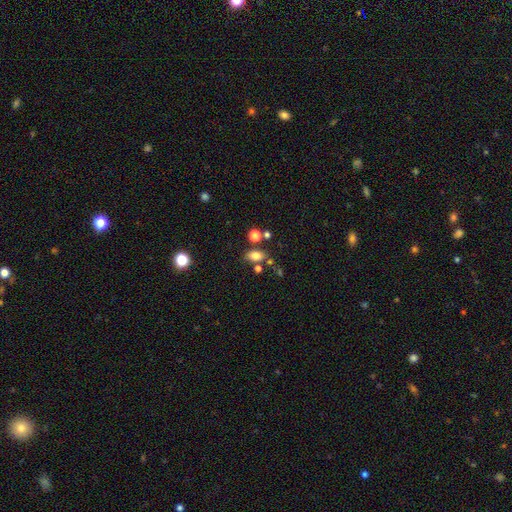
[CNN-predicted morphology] This appears to be a smooth galaxy with no disk features (78%) that is in between round and cigar-shaped (81%). Merging: none (70%).